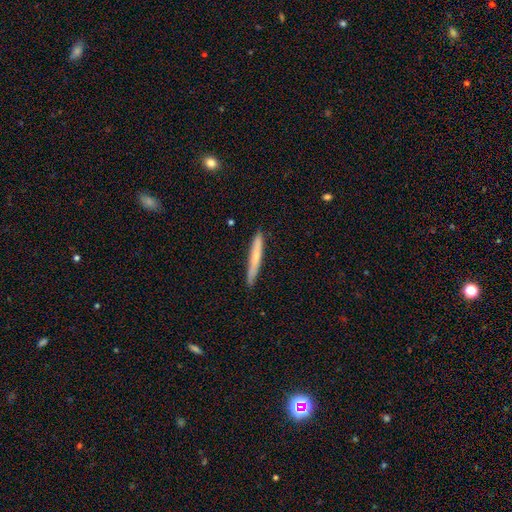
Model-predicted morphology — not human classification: Smooth or featured: smooth — 65% (featured or disk — 30%)
How rounded: cigar-shaped — 96% (in between — 3%)
Merging: none — 86% (minor disturbance — 11%)